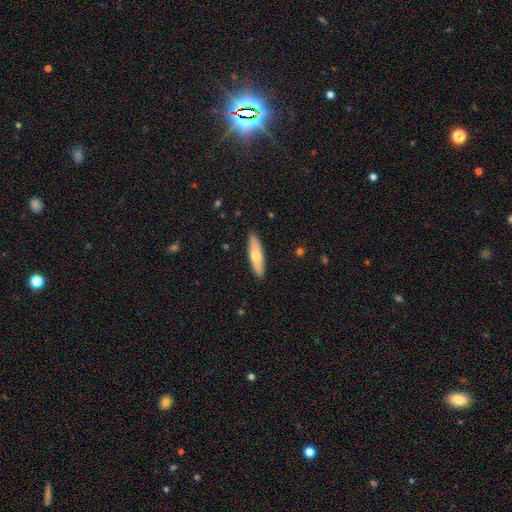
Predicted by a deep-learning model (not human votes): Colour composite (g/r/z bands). It shows a smooth galaxy with no disk features (62%) that is cigar-shaped (66%). Merging: none (90%).